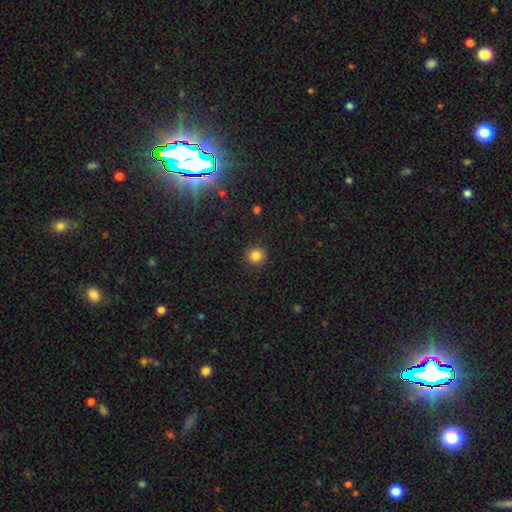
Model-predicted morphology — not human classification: smooth-or-featured: smooth: 83% | star or artifact: 12% | featured or disk: 5%
  how-rounded: round: 93% | in between: 6% | cigar-shaped: 1%
  merging: none: 90% | minor disturbance: 7% | major disturbance: 2% | merger: 1%